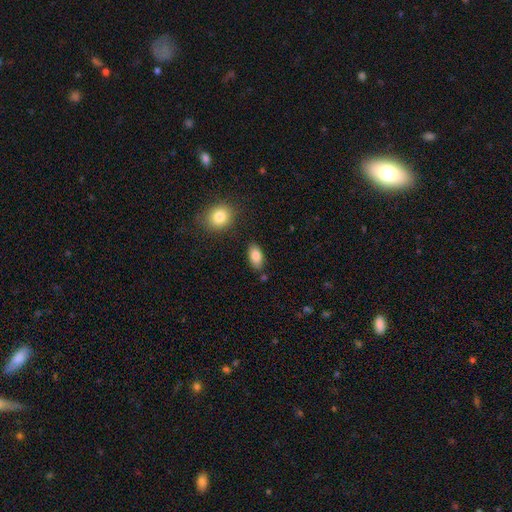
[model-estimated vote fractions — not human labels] Overall: smooth (85%). How rounded: in between (92%). Merging: none (83%).